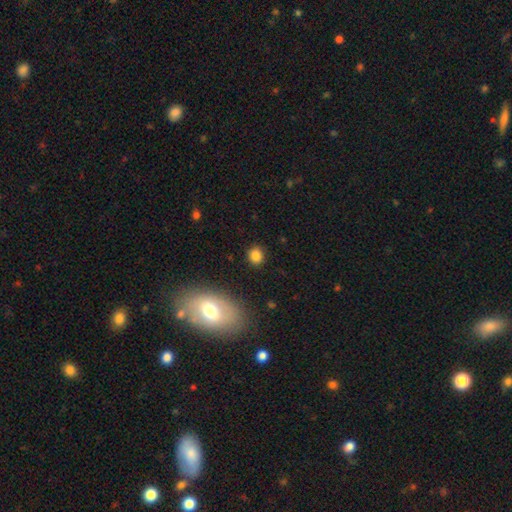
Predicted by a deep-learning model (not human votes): smooth_or_featured: smooth (p=0.83) [alt: star or artifact p=0.11]
how_rounded: round (p=0.78) [alt: in between p=0.21]
merging: none (p=0.88) [alt: minor disturbance p=0.08]